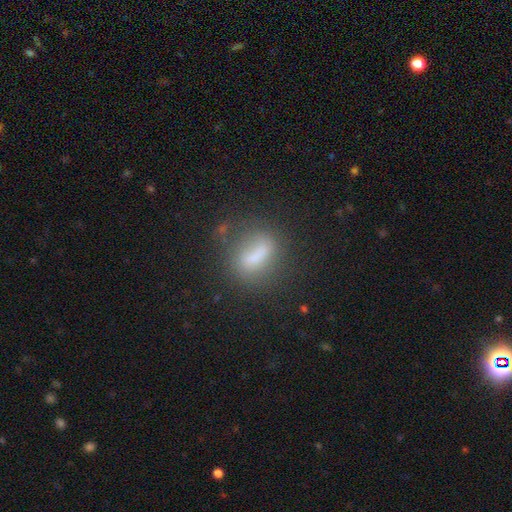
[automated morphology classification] Smooth or featured? smooth (61%)
How rounded? in between (55%)
Merging? none (56%)